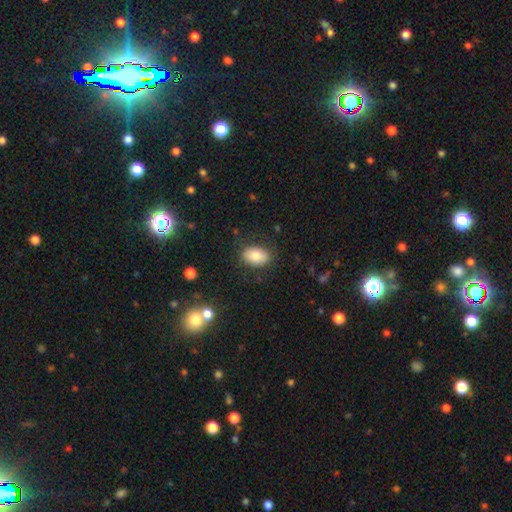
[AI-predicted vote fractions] smooth-or-featured: smooth: 82% | featured or disk: 10% | star or artifact: 8%
  how-rounded: in between: 87% | round: 12% | cigar-shaped: 1%
  merging: none: 84% | minor disturbance: 11% | major disturbance: 4% | merger: 1%